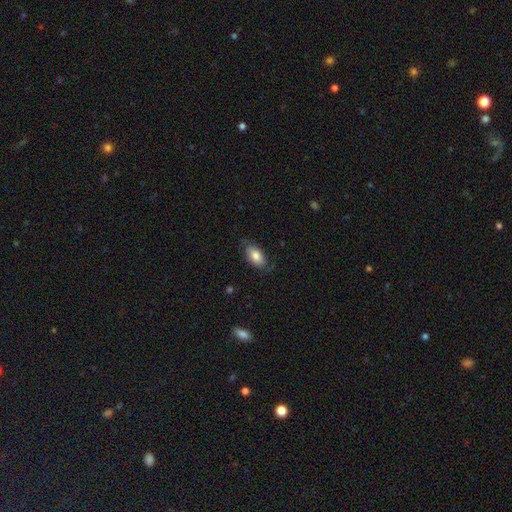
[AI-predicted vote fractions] smooth-or-featured: smooth: 75% | featured or disk: 18% | star or artifact: 6%
  how-rounded: in between: 92% | round: 4% | cigar-shaped: 3%
  merging: none: 73% | minor disturbance: 20% | major disturbance: 6% | merger: 1%